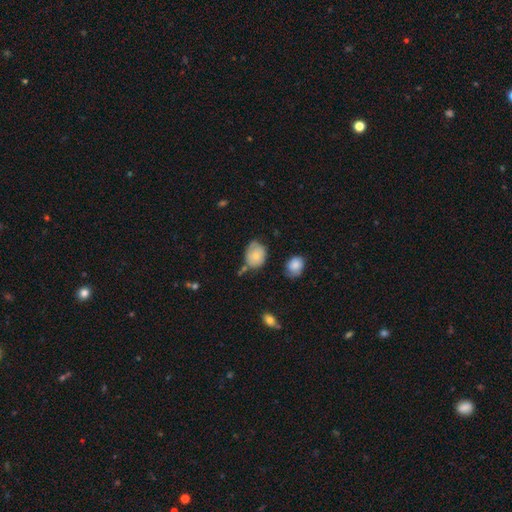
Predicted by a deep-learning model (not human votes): Smooth or featured? smooth (70%)
How rounded? in between (55%)
Merging? none (45%)